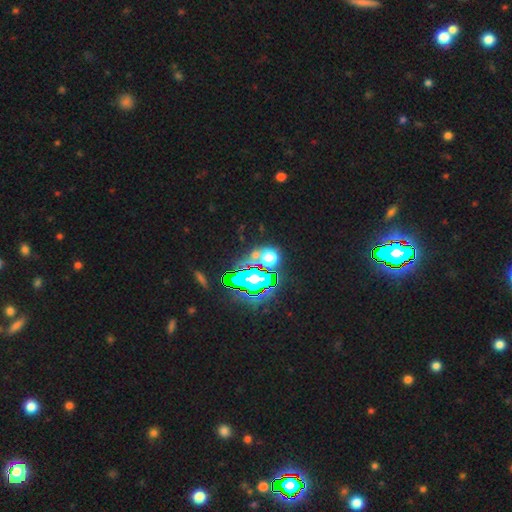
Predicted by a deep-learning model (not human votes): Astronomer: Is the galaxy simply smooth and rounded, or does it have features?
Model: star or artifact — 56%.